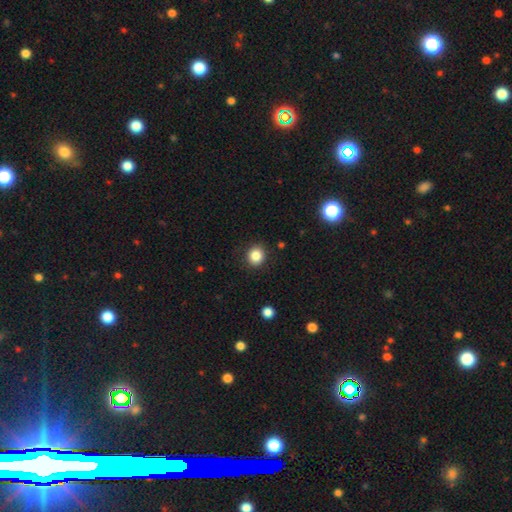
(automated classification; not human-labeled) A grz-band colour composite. It shows a smooth galaxy with no disk features (85%) that is round (85%). Merging: none (90%).